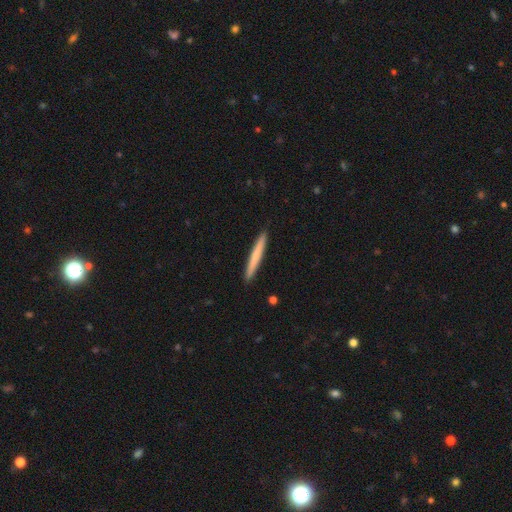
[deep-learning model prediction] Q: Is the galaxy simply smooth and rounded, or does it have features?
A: smooth — 67%.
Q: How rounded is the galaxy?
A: cigar-shaped — 97%.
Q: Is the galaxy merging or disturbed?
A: none — 93%.